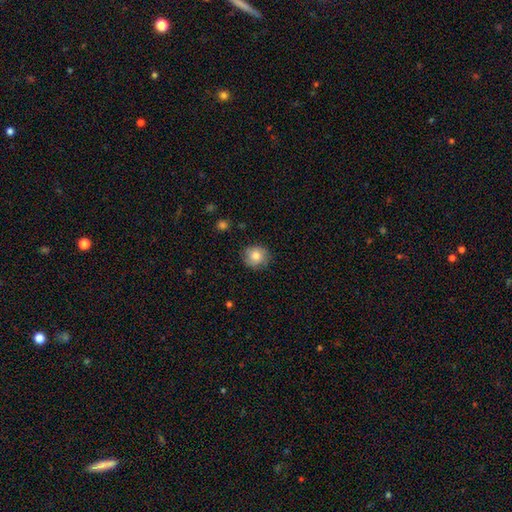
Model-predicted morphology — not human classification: Smooth or featured? Predicted: smooth (p=0.82). How rounded? Predicted: round (p=0.86). Merging? Predicted: none (p=0.84).